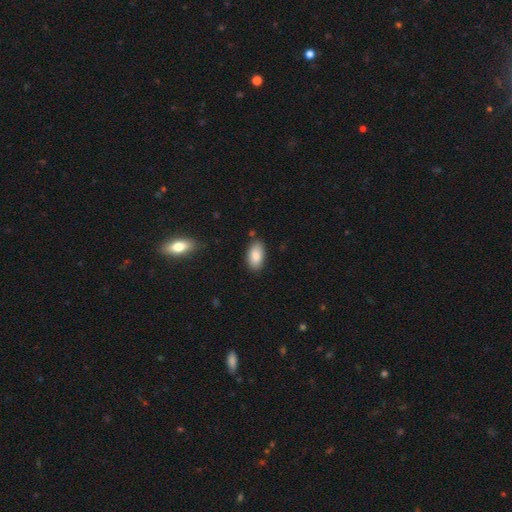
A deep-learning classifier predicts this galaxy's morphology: Q: Smooth or featured?
A: smooth (87%); runner-up: star or artifact (7%)
Q: How rounded?
A: in between (94%); runner-up: cigar-shaped (3%)
Q: Merging?
A: none (82%); runner-up: minor disturbance (13%)